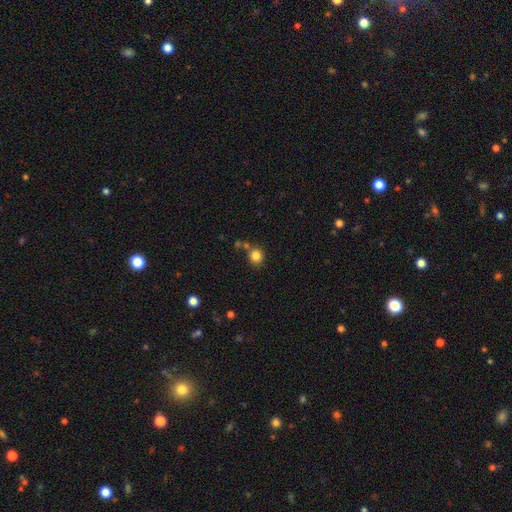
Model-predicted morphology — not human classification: Q: Smooth or featured?
A: smooth (84%); runner-up: star or artifact (12%)
Q: How rounded?
A: round (85%); runner-up: in between (14%)
Q: Merging?
A: none (72%); runner-up: merger (13%)